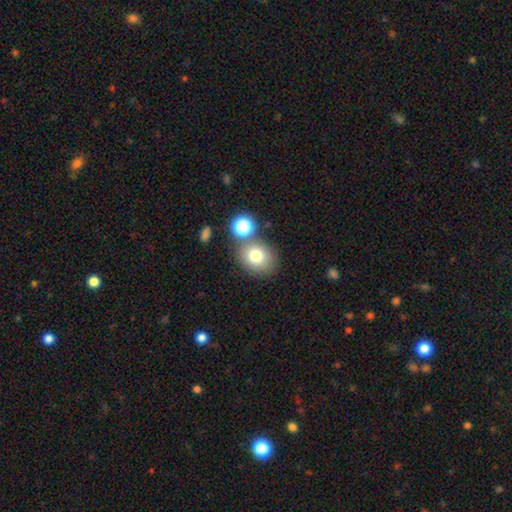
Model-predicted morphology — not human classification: The model was most divided on "how rounded": round: 64%, in between: 35%, cigar-shaped: 1%. More confident: smooth or featured — smooth (76%); merging — none (70%).